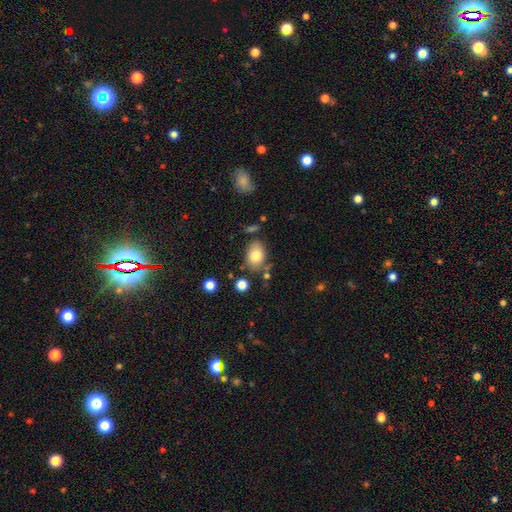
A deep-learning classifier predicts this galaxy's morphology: Smooth or featured? smooth (79%)
How rounded? in between (79%)
Merging? none (71%)